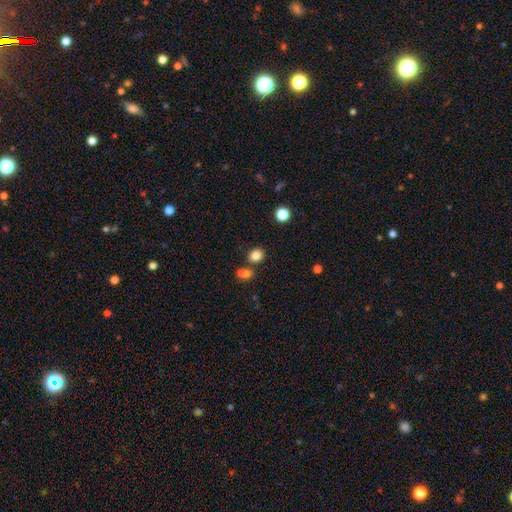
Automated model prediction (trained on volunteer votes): Overall: smooth (82%). How rounded: round (71%). Merging: none (75%).